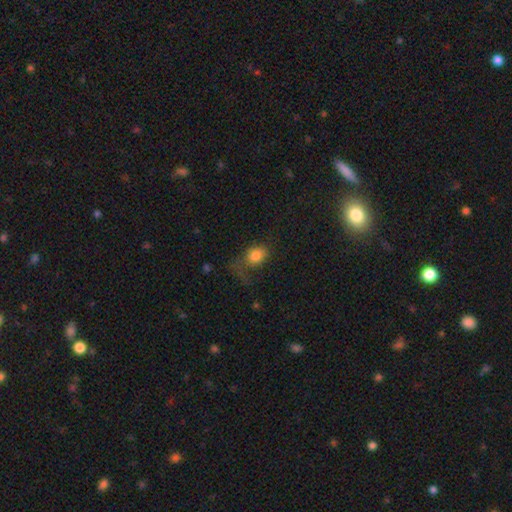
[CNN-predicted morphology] A smooth galaxy with no disk features (79%) that is in between round and cigar-shaped (66%).

Vote fractions:
- Smooth or featured? smooth: 79% / featured or disk: 10% / star or artifact: 10%
- How rounded? in between: 66% / round: 32% / cigar-shaped: 2%
- Merging? major disturbance: 40% / none: 33% / minor disturbance: 23% / merger: 4%